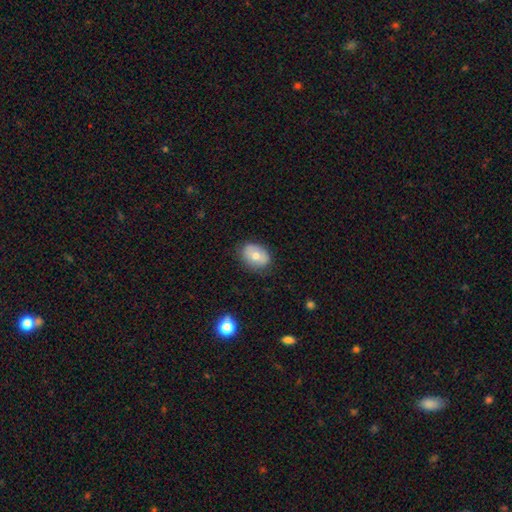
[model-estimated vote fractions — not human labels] This appears to be a smooth galaxy with no disk features (66%) that is in between round and cigar-shaped (68%). Merging: none (79%).